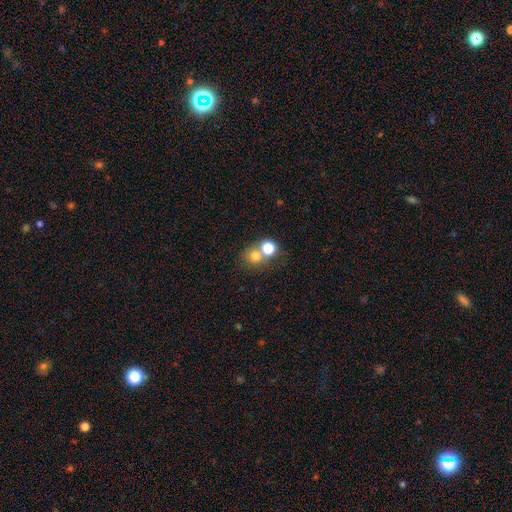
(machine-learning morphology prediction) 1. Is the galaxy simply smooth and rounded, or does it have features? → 74% smooth, 15% star or artifact, 11% featured or disk.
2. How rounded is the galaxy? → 85% round, 14% in between, 1% cigar-shaped.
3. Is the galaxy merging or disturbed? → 48% none, 43% merger, 6% minor disturbance, 3% major disturbance.